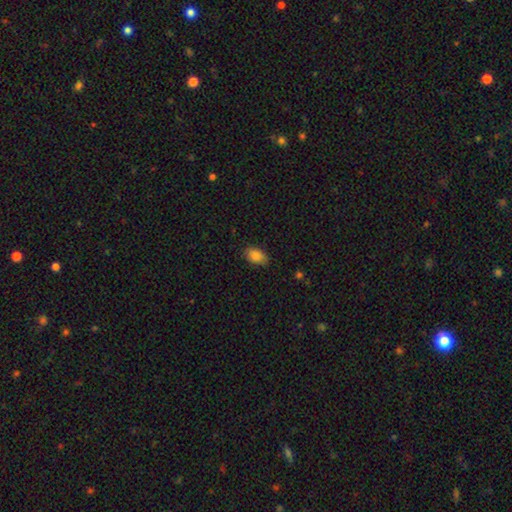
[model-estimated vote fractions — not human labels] Smooth or featured?
  - smooth: 84% *
  - star or artifact: 8%
  - featured or disk: 8%
How rounded?
  - in between: 89% *
  - round: 10%
  - cigar-shaped: 2%
Merging?
  - none: 84% *
  - minor disturbance: 13%
  - major disturbance: 2%
  - merger: 1%